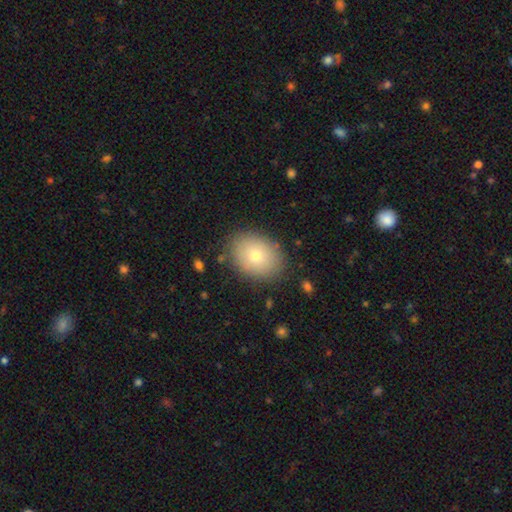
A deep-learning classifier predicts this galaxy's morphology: A smooth galaxy with no disk features (74%) that is in between round and cigar-shaped (63%).

Vote fractions:
- Smooth or featured? smooth: 74% / featured or disk: 16% / star or artifact: 9%
- How rounded? in between: 63% / round: 36% / cigar-shaped: 1%
- Merging? none: 85% / minor disturbance: 10% / major disturbance: 3% / merger: 1%